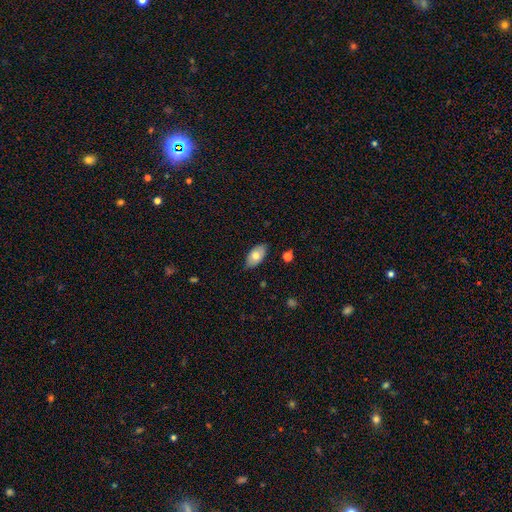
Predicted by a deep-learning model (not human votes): The model was most divided on "smooth or featured": smooth: 69%, featured or disk: 25%, star or artifact: 7%. More confident: how rounded — in between (93%); merging — none (81%).